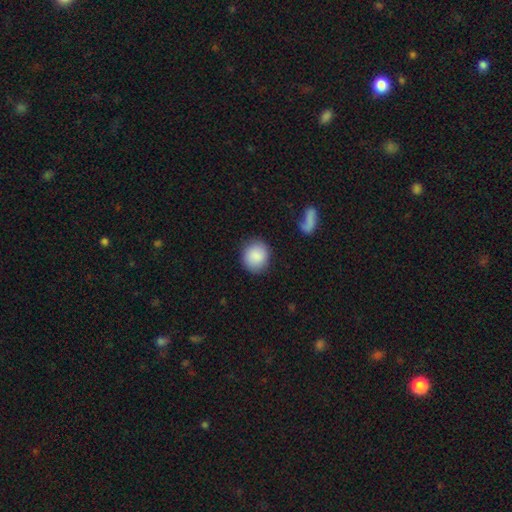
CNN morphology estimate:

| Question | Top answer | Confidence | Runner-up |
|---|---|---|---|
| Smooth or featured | smooth | 88% | star or artifact (7%) |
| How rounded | round | 82% | in between (17%) |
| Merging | none | 86% | minor disturbance (9%) |